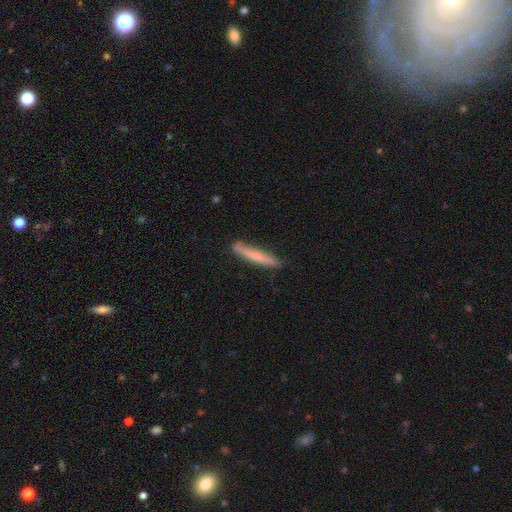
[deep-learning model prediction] Smooth or featured? Predicted: smooth (p=0.64). How rounded? Predicted: cigar-shaped (p=0.95). Merging? Predicted: none (p=0.82).